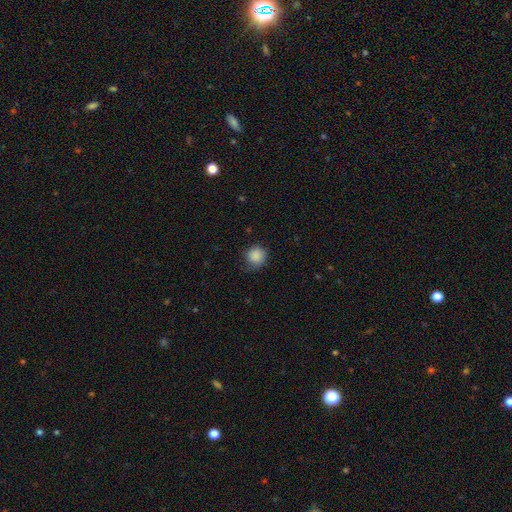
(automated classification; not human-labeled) A smooth galaxy with no disk features (88%) that is round (88%). Merging: none (71%).